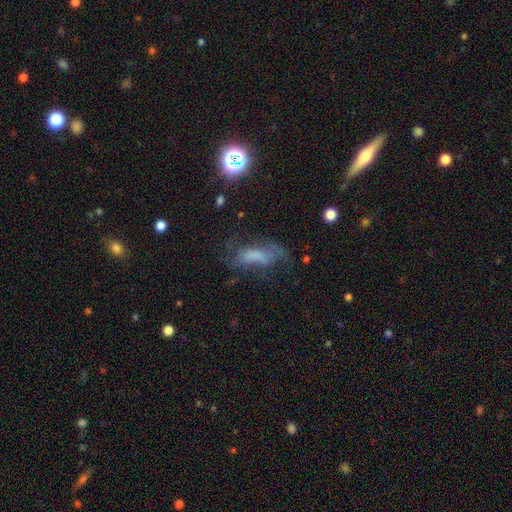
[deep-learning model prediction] Q: Smooth or featured?
A: featured or disk (43%); runner-up: smooth (40%)
Q: Merging?
A: none (42%); runner-up: major disturbance (31%)